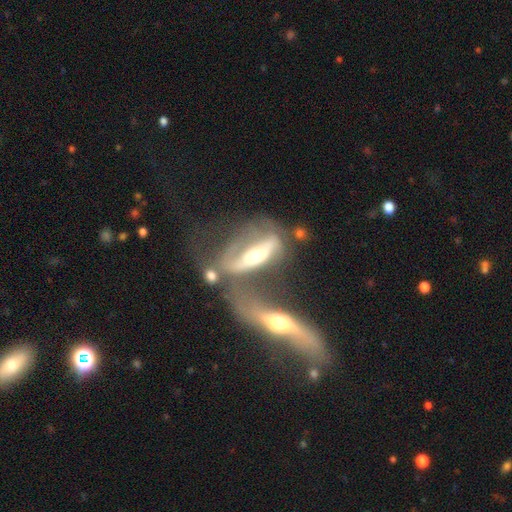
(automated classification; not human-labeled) smooth-or-featured: featured or disk: 72% | smooth: 22% | star or artifact: 6%
  disk-edge-on: no: 62% | yes: 38%
  merging: merger: 58% | major disturbance: 20% | none: 14% | minor disturbance: 9%